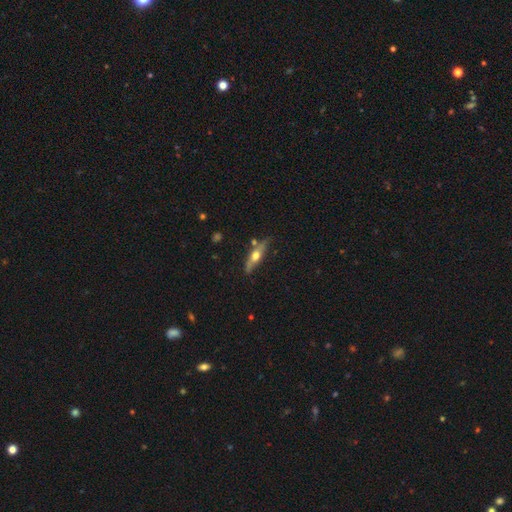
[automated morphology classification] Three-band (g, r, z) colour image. It shows a featured or disk galaxy (63%) viewed edge-on (90%) with a rounded central bulge (95%). Merging: none (74%).